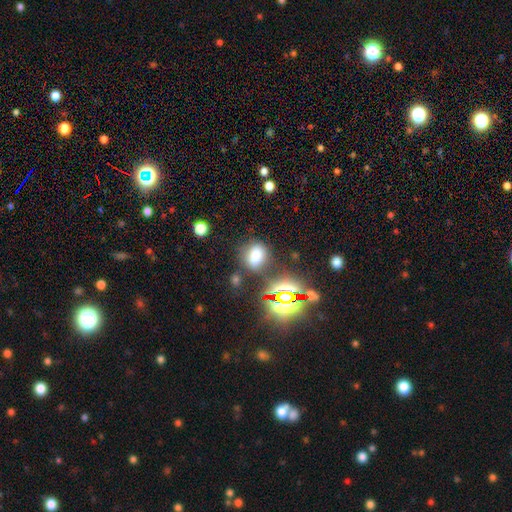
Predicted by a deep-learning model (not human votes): Morphology: type=smooth (65%); roundness=in between (52%); merging=none (65%).